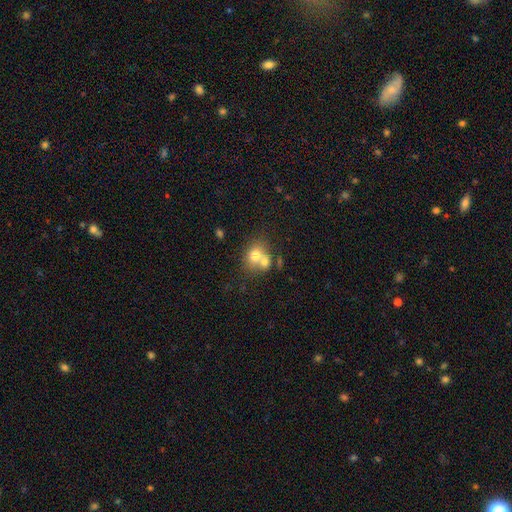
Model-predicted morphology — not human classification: A smooth galaxy with no disk features (73%) that is round (58%). Merging: merger (53%).